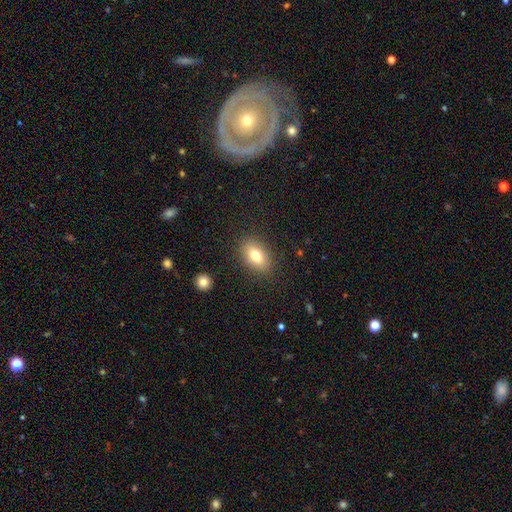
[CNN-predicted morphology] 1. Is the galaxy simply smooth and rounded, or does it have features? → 76% smooth, 15% featured or disk, 9% star or artifact.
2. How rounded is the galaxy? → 86% in between, 11% round, 2% cigar-shaped.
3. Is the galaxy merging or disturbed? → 87% none, 9% minor disturbance, 3% major disturbance, 1% merger.